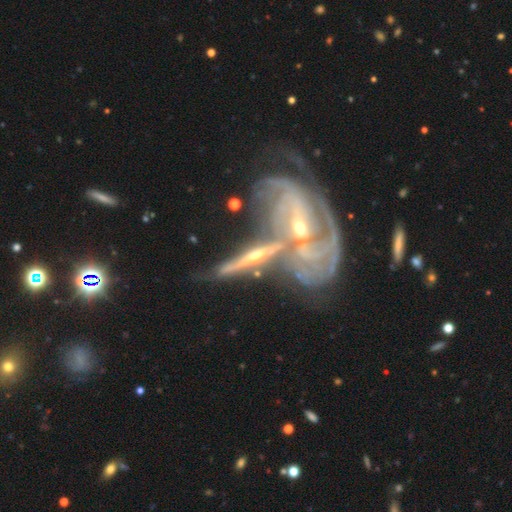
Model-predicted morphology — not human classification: type=featured or disk (86%); edge-on=no (62%); bar=no (51%); spiral arms=yes (87%); bulge=small (65%); merging=merger (55%).